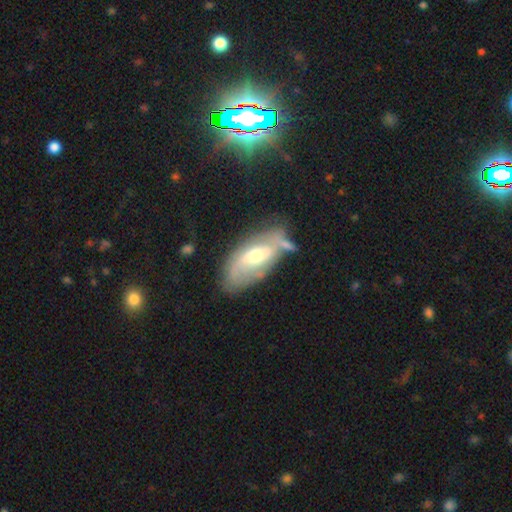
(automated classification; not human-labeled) Smooth or featured?
  - featured or disk: 60% *
  - smooth: 33%
  - star or artifact: 6%
Edge-on disk?
  - no: 85% *
  - yes: 15%
Bar?
  - weak: 40% * (tied)
  - no: 40% * (tied)
  - strong: 20%
Spiral arms?
  - yes: 64% *
  - no: 36%
Bulge size?
  - moderate: 62% *
  - small: 25%
  - large: 10%
  - none: 1%
  - dominant: 1%
Merging?
  - none: 51% *
  - minor disturbance: 24%
  - merger: 14%
  - major disturbance: 11%